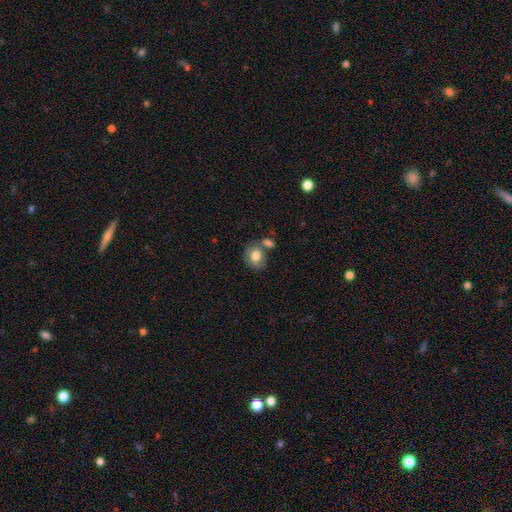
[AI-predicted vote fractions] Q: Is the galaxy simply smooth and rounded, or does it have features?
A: smooth — 79%.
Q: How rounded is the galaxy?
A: round — 56%.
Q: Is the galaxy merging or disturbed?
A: none — 54%.